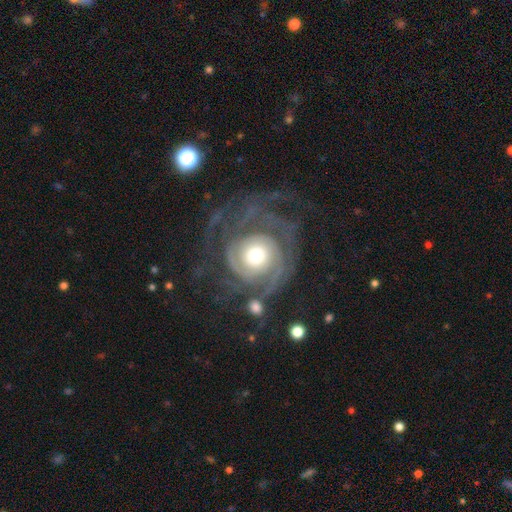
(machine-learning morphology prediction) Smooth or featured?
  - featured or disk: 86% *
  - smooth: 8%
  - star or artifact: 5%
Edge-on disk?
  - no: 98% *
  - yes: 2%
Bar?
  - no: 80% *
  - weak: 15%
  - strong: 5%
Spiral arms?
  - yes: 94% *
  - no: 6%
Spiral winding?
  - tight: 64% *
  - medium: 25%
  - loose: 11%
Spiral arm count?
  - can't tell: 25% * (tied)
  - 2: 25% * (tied)
  - 3: 21%
  - 1: 10%
  - 4: 10%
  - more than 4: 8%
Bulge size?
  - moderate: 57% *
  - large: 32%
  - small: 7%
  - dominant: 3%
  - none: 1%
Merging?
  - none: 54% *
  - major disturbance: 25%
  - minor disturbance: 16%
  - merger: 5%